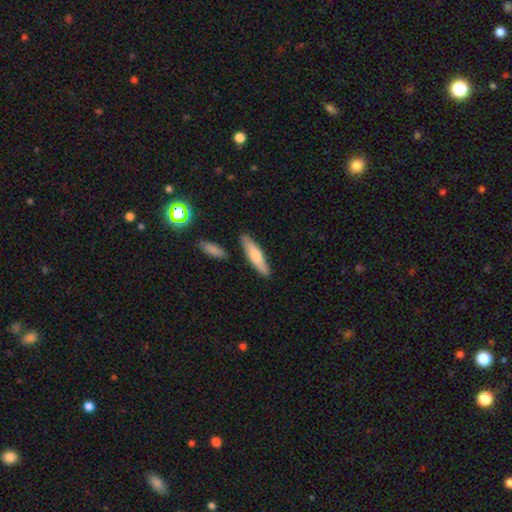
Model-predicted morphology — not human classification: This is likely a smooth galaxy (71%). How rounded: likely cigar-shaped (73%). Merging: clearly none (83%).